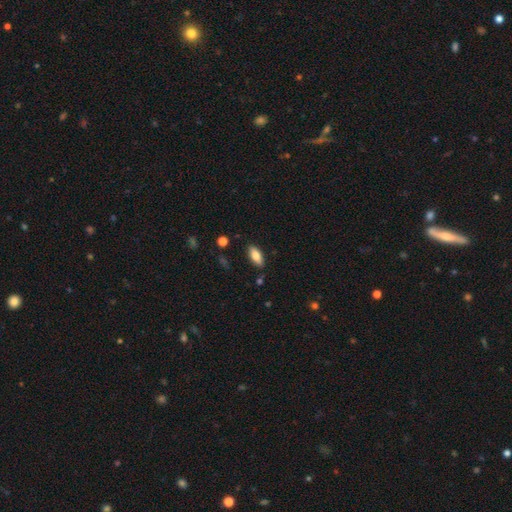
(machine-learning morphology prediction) This appears to be a smooth galaxy with no disk features (80%) that is in between round and cigar-shaped (83%). Merging: none (86%).